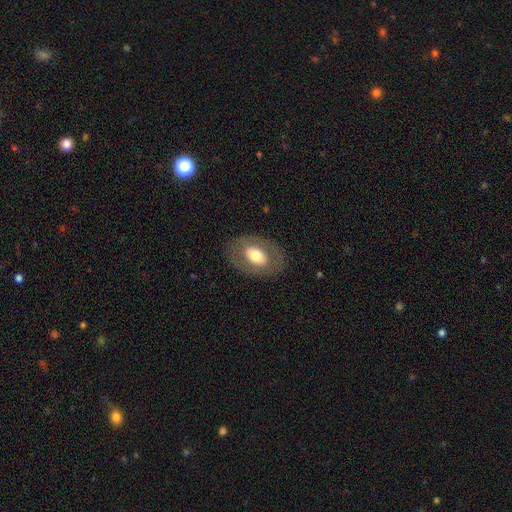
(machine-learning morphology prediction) smooth-or-featured: smooth: 58% | featured or disk: 35% | star or artifact: 7%
  how-rounded: in between: 81% | round: 18% | cigar-shaped: 1%
  merging: none: 82% | minor disturbance: 11% | major disturbance: 6% | merger: 1%